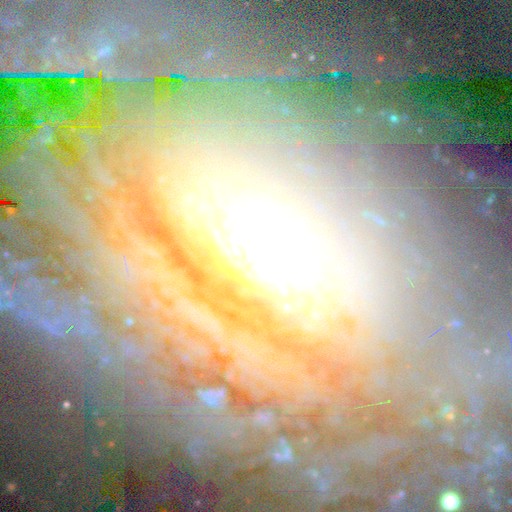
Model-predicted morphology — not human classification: Smooth or featured? featured or disk (66%)
Edge-on disk? no (81%)
Bar? no (49%)
Spiral arms? yes (61%)
Bulge size? moderate (52%)
Merging? none (66%)